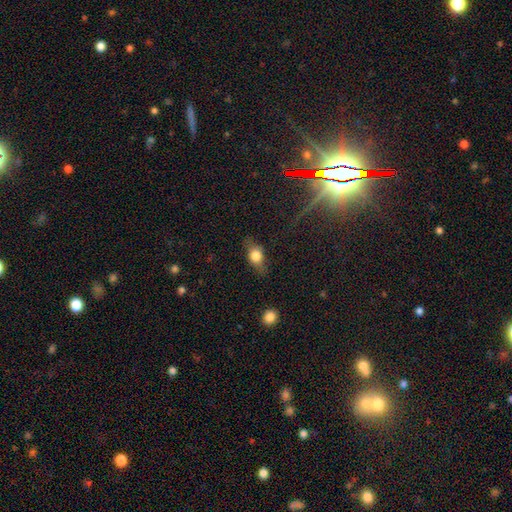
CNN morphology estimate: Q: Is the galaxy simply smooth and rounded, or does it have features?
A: smooth — 68%.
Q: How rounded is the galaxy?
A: in between — 68%.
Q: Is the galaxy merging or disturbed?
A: none — 73%.